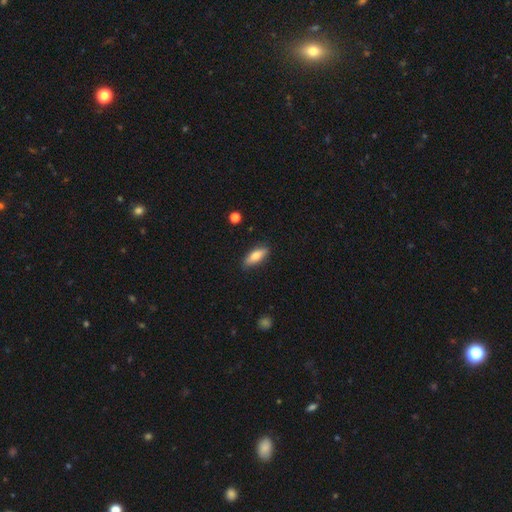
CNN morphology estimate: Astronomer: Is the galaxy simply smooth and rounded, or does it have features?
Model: smooth — 73%.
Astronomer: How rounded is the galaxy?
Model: in between — 57% (runner-up: cigar-shaped, 40%).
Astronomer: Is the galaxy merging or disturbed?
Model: none — 85%.